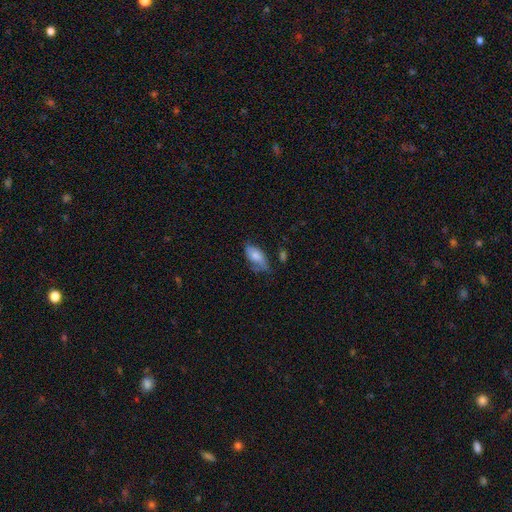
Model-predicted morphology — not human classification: A smooth galaxy with no disk features (66%) that is in between round and cigar-shaped (90%).

Vote fractions:
- Smooth or featured? smooth: 66% / featured or disk: 26% / star or artifact: 7%
- How rounded? in between: 90% / cigar-shaped: 6% / round: 3%
- Merging? none: 45% / minor disturbance: 35% / major disturbance: 16% / merger: 4%